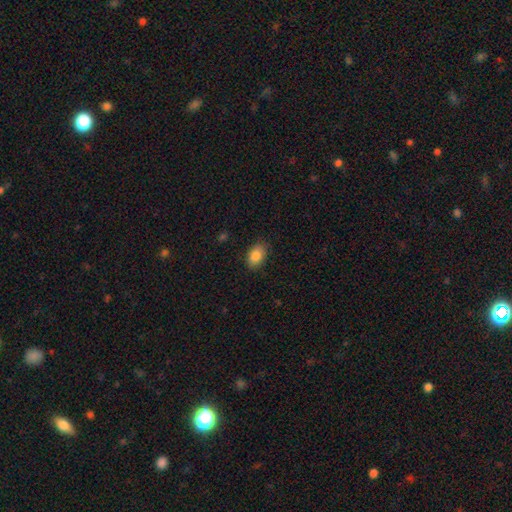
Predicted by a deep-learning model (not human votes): This appears to be a smooth galaxy with no disk features (86%) that is in between round and cigar-shaped (88%). Merging: none (86%).